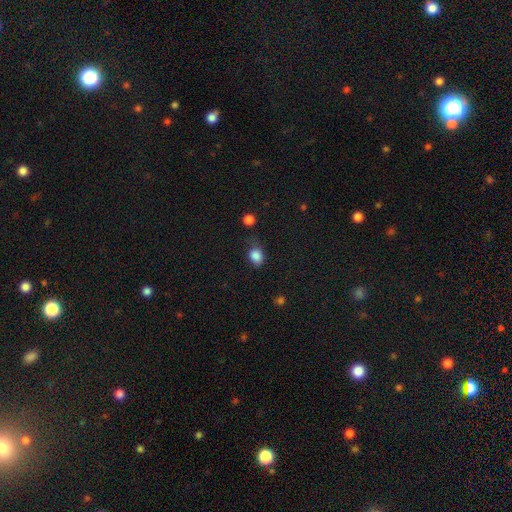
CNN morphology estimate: The model was most divided on "how rounded": in between: 61%, round: 38%, cigar-shaped: 1%. More confident: smooth or featured — smooth (85%); merging — none (58%).